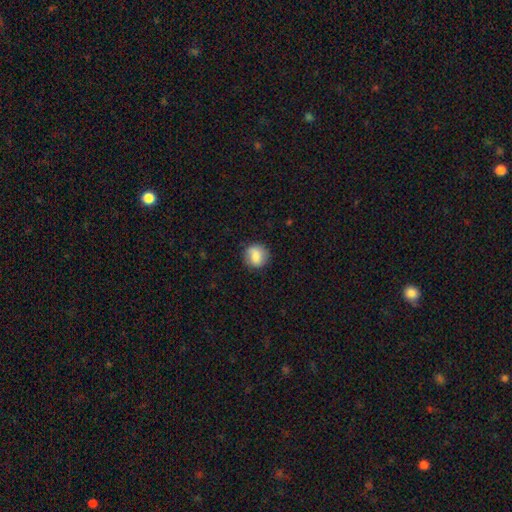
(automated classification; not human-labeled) This is clearly a smooth galaxy (82%). How rounded: clearly round (83%). Merging: clearly none (83%).